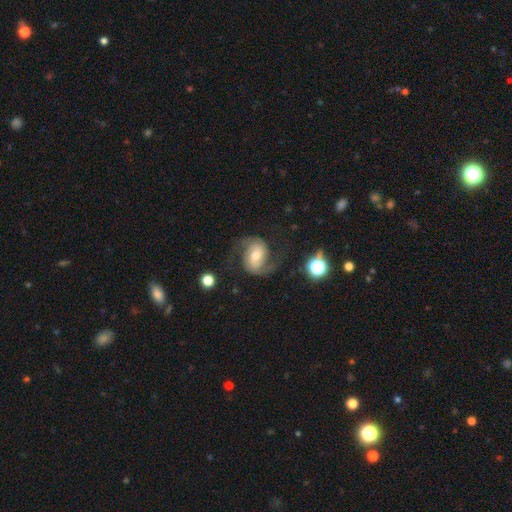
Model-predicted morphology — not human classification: A featured or disk galaxy (86%) with a weak bar (42%), 2 (93%) medium (53%) spiral arms (97%) and a moderate central bulge (59%).

Vote fractions:
- Smooth or featured? featured or disk: 86% / smooth: 8% / star or artifact: 7%
- Edge-on disk? no: 98% / yes: 2%
- Bar? weak: 42% / no: 39% / strong: 19%
- Spiral arms? yes: 97% / no: 3%
- Spiral winding? medium: 53% / loose: 29% / tight: 18%
- Spiral arm count? 2: 93% / can't tell: 3% / 1: 2% / 3: 1% / 4: 1% / more than 4: 1%
- Bulge size? moderate: 59% / small: 32% / large: 6% / none: 2% / dominant: 1%
- Merging? none: 74% / minor disturbance: 14% / major disturbance: 10% / merger: 2%